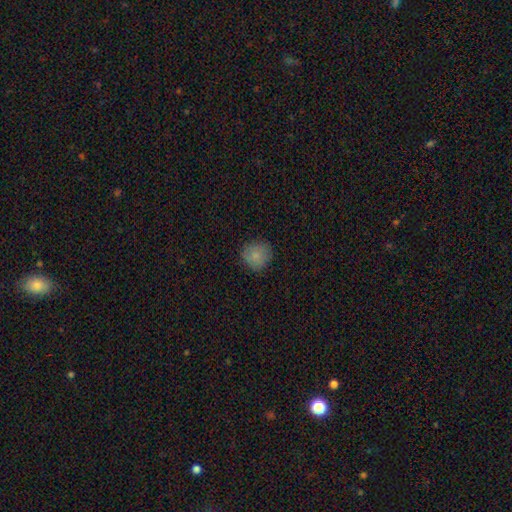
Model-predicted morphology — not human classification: The model was most divided on "merging": none: 82%, minor disturbance: 14%, major disturbance: 3%, merger: 1%. More confident: how rounded — round (88%); smooth or featured — smooth (83%).